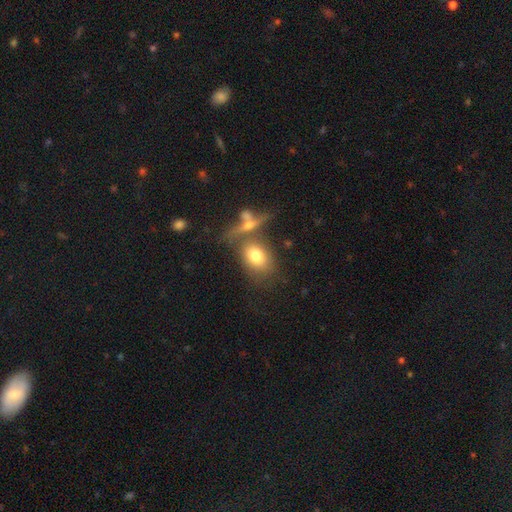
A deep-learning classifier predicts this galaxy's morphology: The model was most divided on "merging": none: 52%, merger: 25%, minor disturbance: 15%, major disturbance: 7%. More confident: smooth or featured — smooth (75%); how rounded — in between (73%).